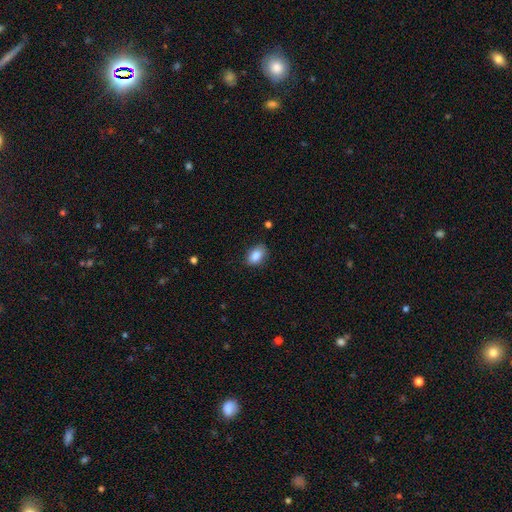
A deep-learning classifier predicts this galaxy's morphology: type=smooth (86%); roundness=in between (85%); merging=none (80%).